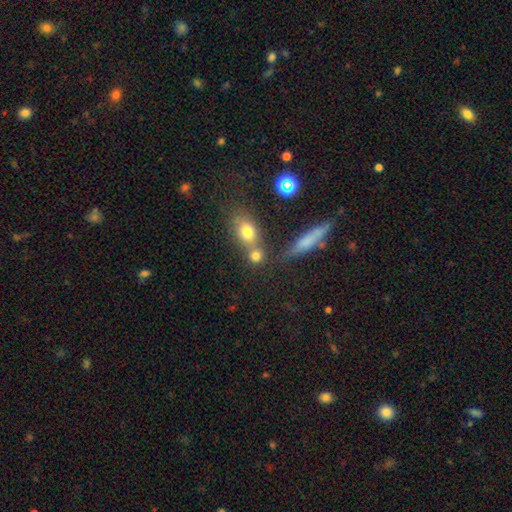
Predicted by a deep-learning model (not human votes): smooth_or_featured: smooth (p=0.74) [alt: star or artifact p=0.14]
how_rounded: round (p=0.68) [alt: in between p=0.25]
merging: none (p=0.55) [alt: merger p=0.32]